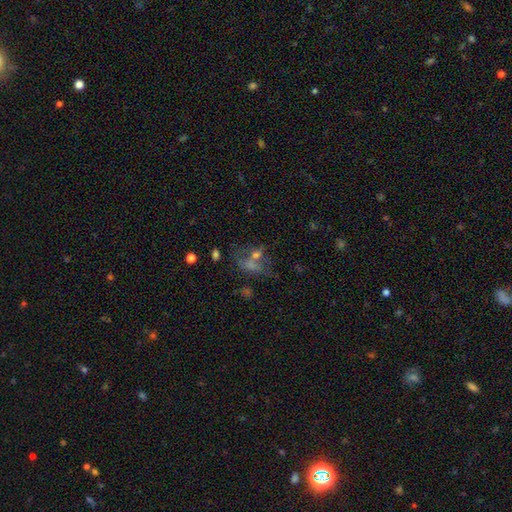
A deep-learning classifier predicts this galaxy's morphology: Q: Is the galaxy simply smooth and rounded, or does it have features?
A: smooth — 42%.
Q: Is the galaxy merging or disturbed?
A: merger — 35%, tied with none.